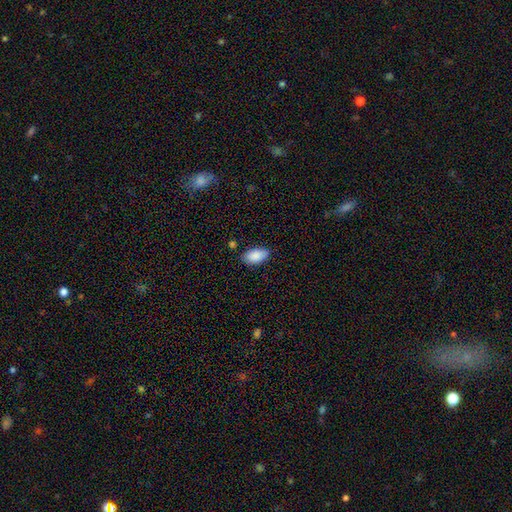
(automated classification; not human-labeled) This appears to be a smooth galaxy with no disk features (89%) that is in between round and cigar-shaped (94%). Merging: none (81%).